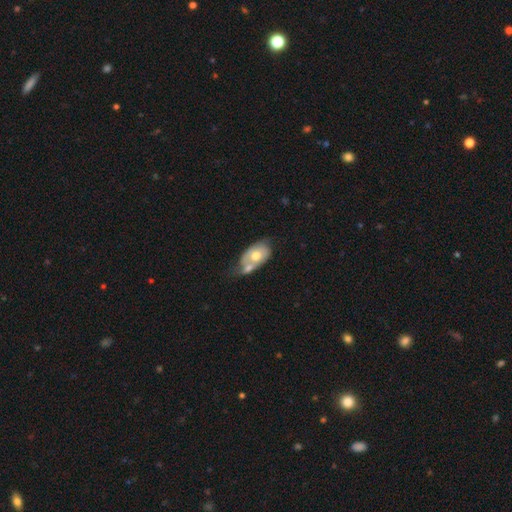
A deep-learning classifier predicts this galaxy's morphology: smooth 54%, featured or disk 40%, star or artifact 6%. Down the decision tree: how rounded — in between (88%); merging — merger (52%).